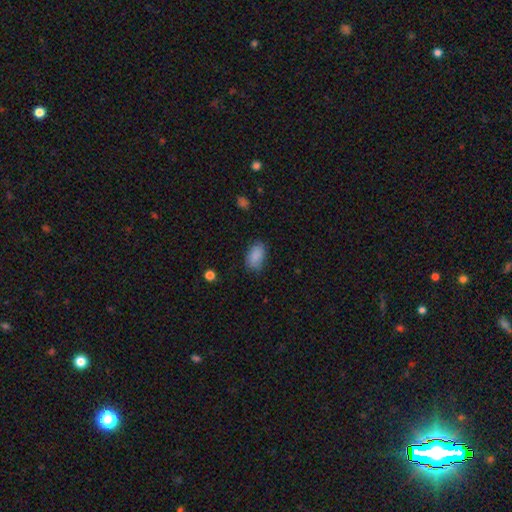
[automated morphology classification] A smooth galaxy with no disk features (88%) that is in between round and cigar-shaped (91%). Merging: none (77%).